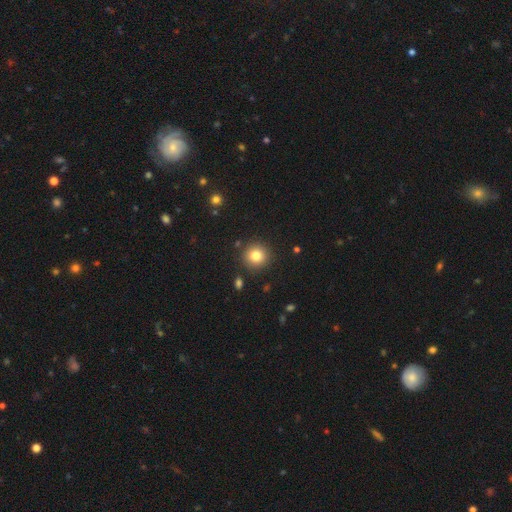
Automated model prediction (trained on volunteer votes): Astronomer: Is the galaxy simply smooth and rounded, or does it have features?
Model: smooth — 81%.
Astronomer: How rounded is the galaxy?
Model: round — 93%.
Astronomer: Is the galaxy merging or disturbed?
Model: none — 89%.